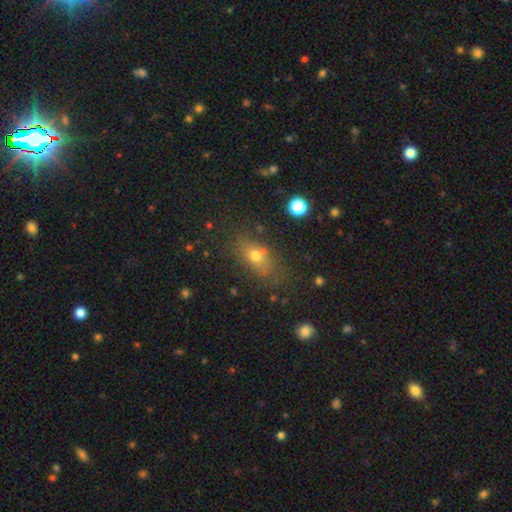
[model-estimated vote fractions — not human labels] Overall: smooth (67%). How rounded: in between (71%). Merging: none (68%).